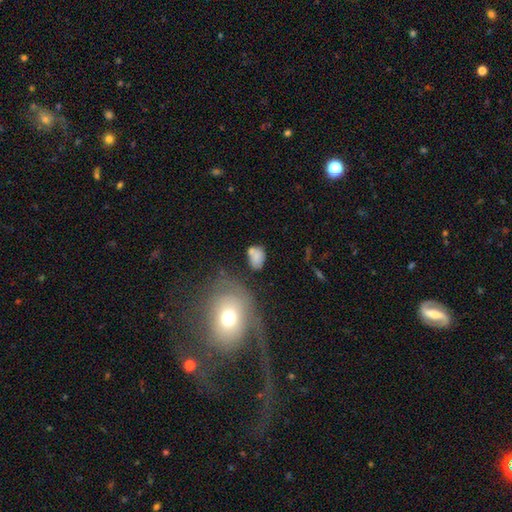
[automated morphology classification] Smooth or featured: smooth — 75% (featured or disk — 14%)
How rounded: in between — 71% (round — 27%)
Merging: none — 48% (minor disturbance — 23%)